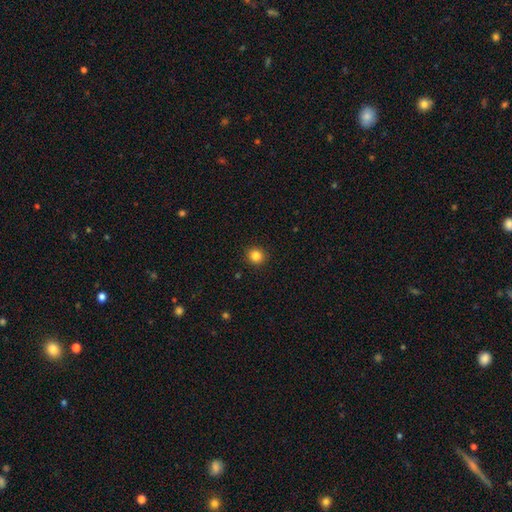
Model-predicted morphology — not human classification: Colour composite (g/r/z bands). It shows a smooth galaxy with no disk features (84%) that is round (92%). Merging: none (92%).